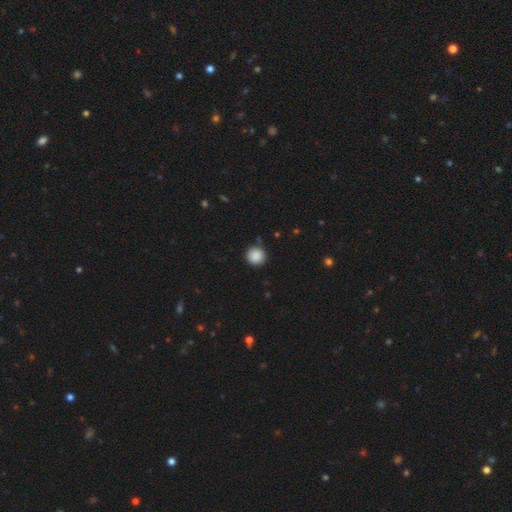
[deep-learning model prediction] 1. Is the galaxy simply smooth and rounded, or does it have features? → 88% smooth, 9% star or artifact, 3% featured or disk.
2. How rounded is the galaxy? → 94% round, 5% in between, 1% cigar-shaped.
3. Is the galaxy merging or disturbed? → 88% none, 8% minor disturbance, 2% major disturbance, 2% merger.